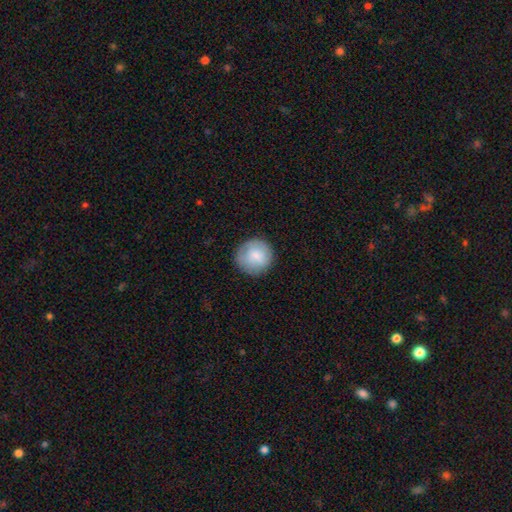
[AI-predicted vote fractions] Smooth or featured: smooth — 83% (featured or disk — 11%)
How rounded: round — 94% (in between — 5%)
Merging: none — 86% (minor disturbance — 11%)